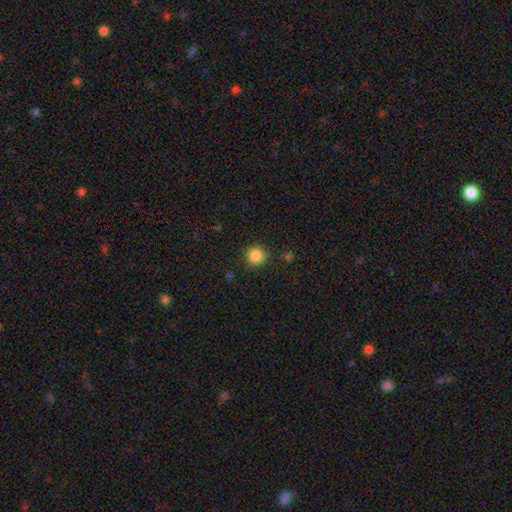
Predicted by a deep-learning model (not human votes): Smooth or featured?
  - smooth: 86% *
  - star or artifact: 11%
  - featured or disk: 4%
How rounded?
  - round: 94% *
  - in between: 5%
  - cigar-shaped: 1%
Merging?
  - none: 88% *
  - minor disturbance: 8%
  - major disturbance: 3%
  - merger: 2%